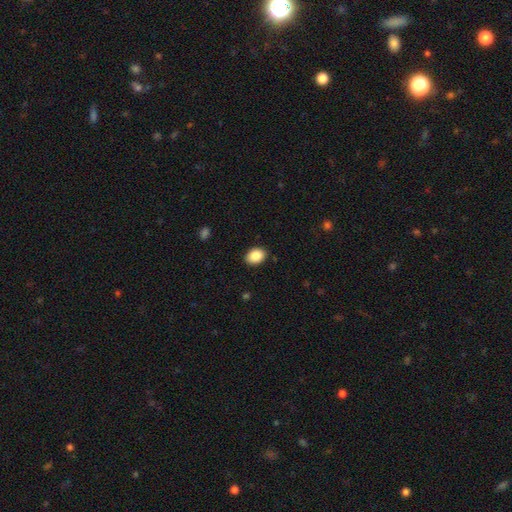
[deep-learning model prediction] A smooth galaxy with no disk features (88%) that is in between round and cigar-shaped (75%). Merging: none (88%).